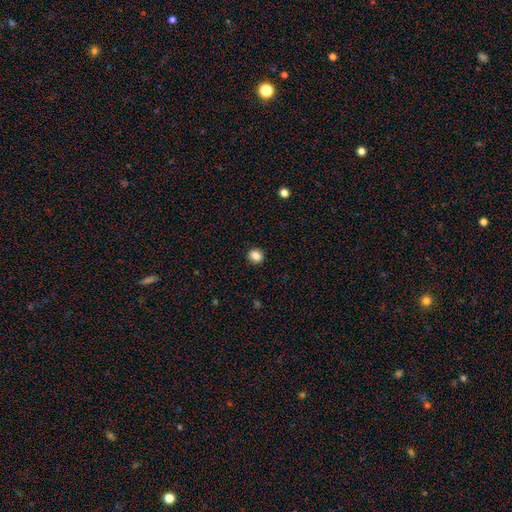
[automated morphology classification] This is clearly a smooth galaxy (85%). How rounded: likely round (77%). Merging: clearly none (91%).